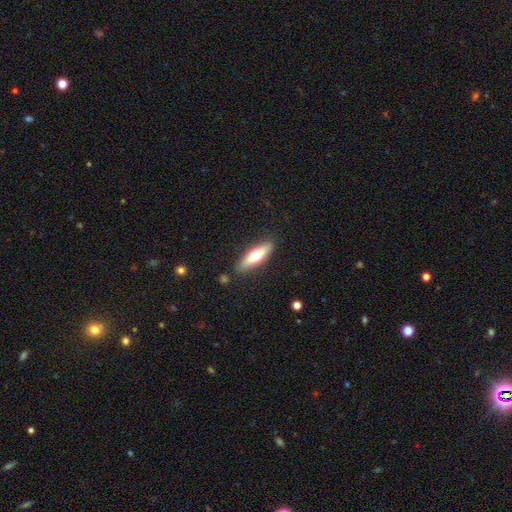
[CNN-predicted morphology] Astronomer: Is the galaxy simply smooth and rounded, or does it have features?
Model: smooth — 54% (runner-up: featured or disk, 40%).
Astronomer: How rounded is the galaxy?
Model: cigar-shaped — 63%.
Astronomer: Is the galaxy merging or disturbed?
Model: none — 86%.